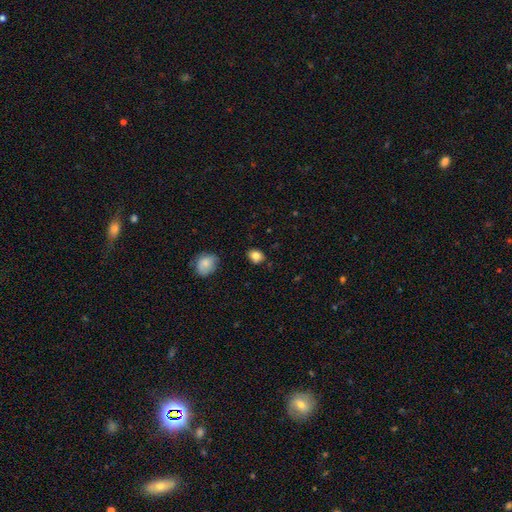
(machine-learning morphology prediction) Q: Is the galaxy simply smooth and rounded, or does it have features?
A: smooth — 82%.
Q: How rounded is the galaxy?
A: in between — 52%.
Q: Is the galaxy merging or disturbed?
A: none — 76%.